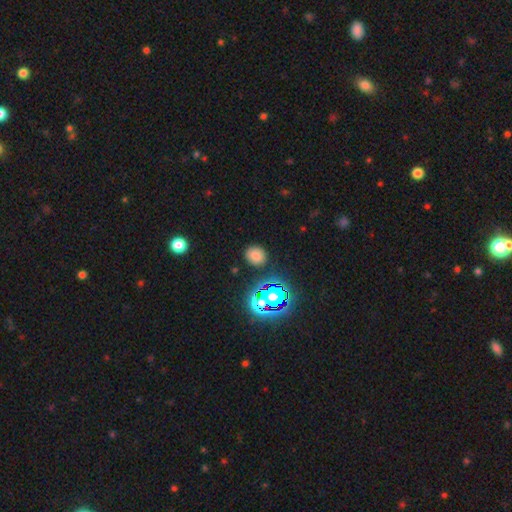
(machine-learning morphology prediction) smooth_or_featured: smooth (p=0.72) [alt: star or artifact p=0.21]
how_rounded: round (p=0.67) [alt: in between p=0.32]
merging: none (p=0.86) [alt: minor disturbance p=0.09]